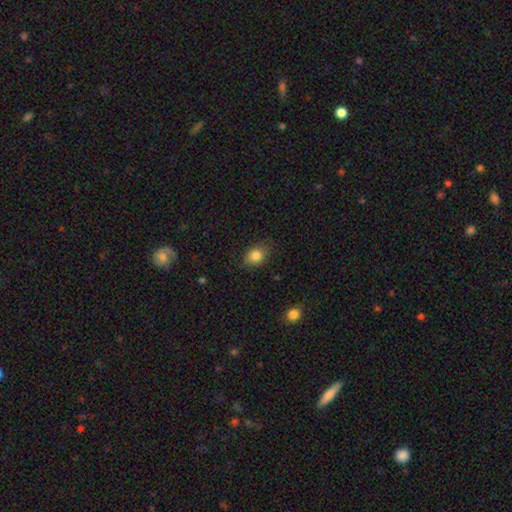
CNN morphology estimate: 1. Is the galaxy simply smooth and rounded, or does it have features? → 84% smooth, 10% star or artifact, 7% featured or disk.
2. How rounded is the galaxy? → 52% in between, 47% round, 1% cigar-shaped.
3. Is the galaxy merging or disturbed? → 80% none, 16% minor disturbance, 3% major disturbance, 1% merger.